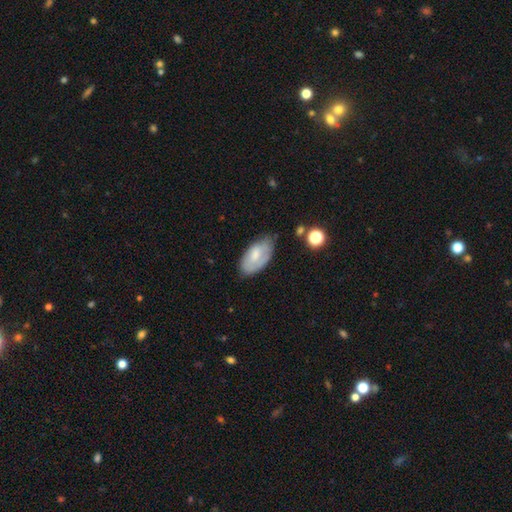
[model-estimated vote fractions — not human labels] This appears to be a smooth galaxy with no disk features (60%) that is in between round and cigar-shaped (93%). Merging: none (59%).